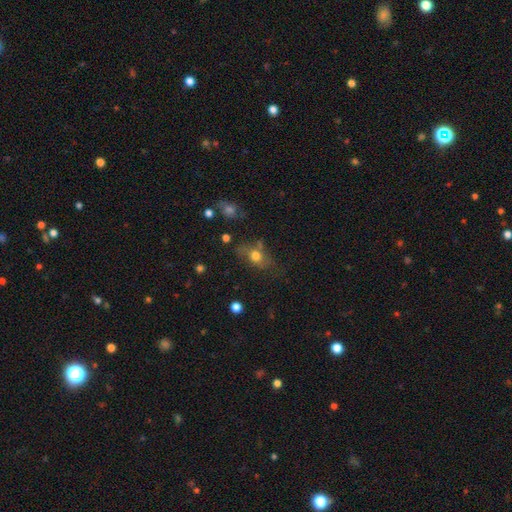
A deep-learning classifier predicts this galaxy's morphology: This appears to be a smooth galaxy with no disk features (71%) that is in between round and cigar-shaped (66%). Merging: none (56%).